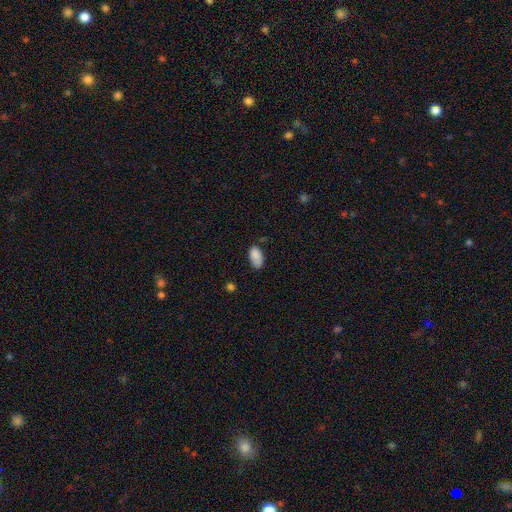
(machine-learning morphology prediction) Smooth or featured?
  - smooth: 86% *
  - star or artifact: 8%
  - featured or disk: 6%
How rounded?
  - in between: 94% *
  - round: 4%
  - cigar-shaped: 2%
Merging?
  - none: 62% *
  - minor disturbance: 29%
  - major disturbance: 6%
  - merger: 3%